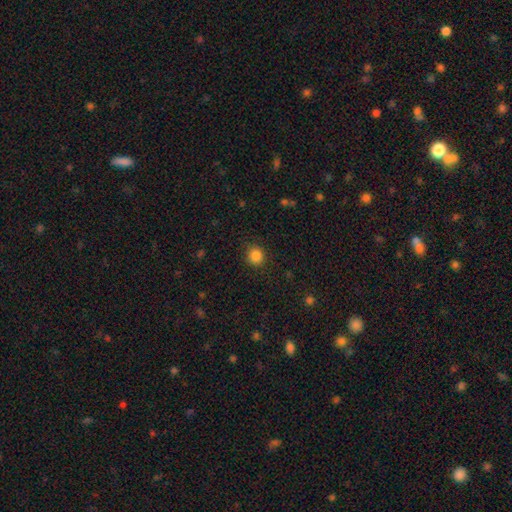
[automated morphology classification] type=smooth (86%); roundness=round (88%); merging=none (88%).